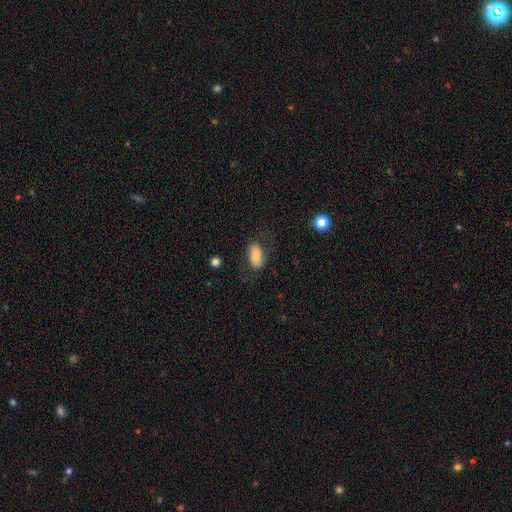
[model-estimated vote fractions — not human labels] A smooth galaxy with no disk features (79%) that is in between round and cigar-shaped (90%). Merging: none (74%).